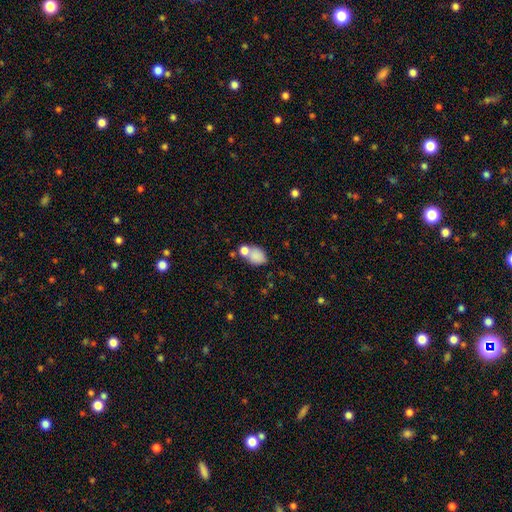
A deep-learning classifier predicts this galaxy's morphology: Smooth or featured: smooth — 81% (star or artifact — 10%)
How rounded: in between — 67% (round — 32%)
Merging: none — 42% (merger — 38%)